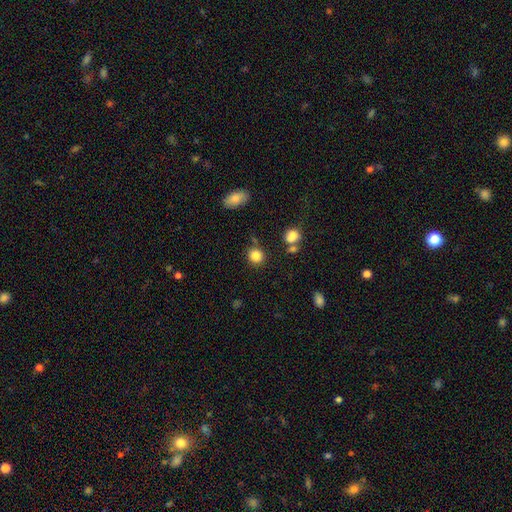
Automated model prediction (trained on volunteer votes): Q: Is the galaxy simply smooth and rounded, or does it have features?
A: smooth — 84%.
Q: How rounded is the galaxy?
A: round — 84%.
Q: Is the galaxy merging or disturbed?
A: none — 80%.